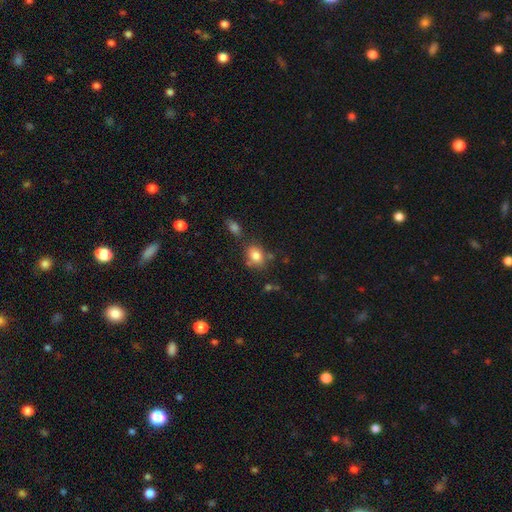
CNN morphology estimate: type=smooth (81%); roundness=in between (67%); merging=none (64%).